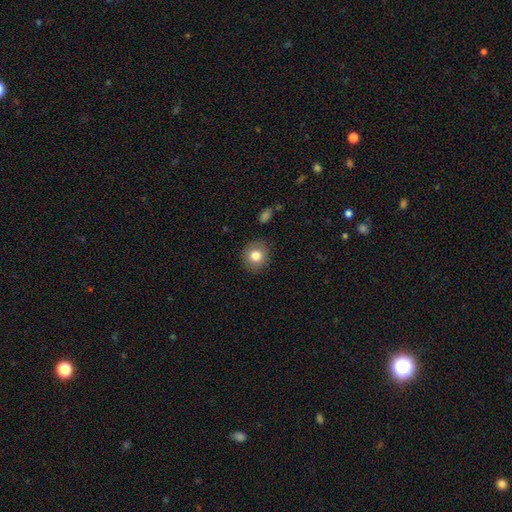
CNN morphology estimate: Smooth or featured: smooth — 81% (featured or disk — 10%)
How rounded: round — 85% (in between — 14%)
Merging: none — 88% (minor disturbance — 8%)